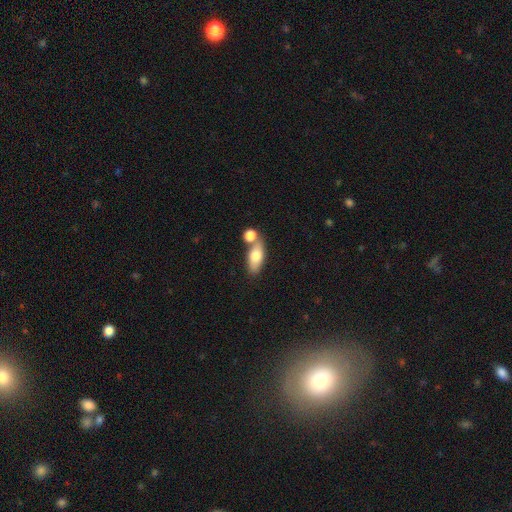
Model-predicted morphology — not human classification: Smooth or featured: smooth — 73% (featured or disk — 20%)
How rounded: in between — 79% (cigar-shaped — 15%)
Merging: none — 52% (merger — 32%)